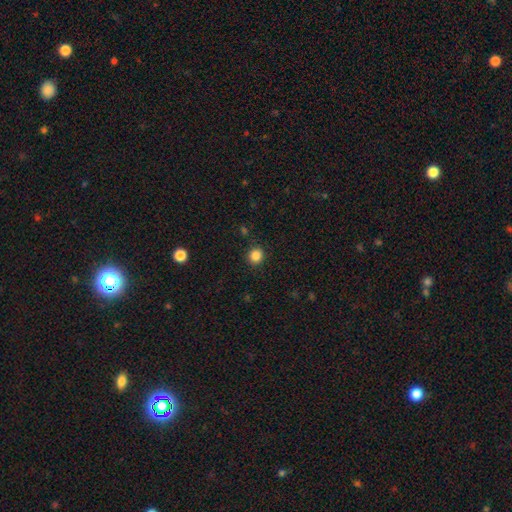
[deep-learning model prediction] smooth_or_featured: smooth (p=0.86) [alt: star or artifact p=0.11]
how_rounded: round (p=0.89) [alt: in between p=0.10]
merging: none (p=0.90) [alt: minor disturbance p=0.06]